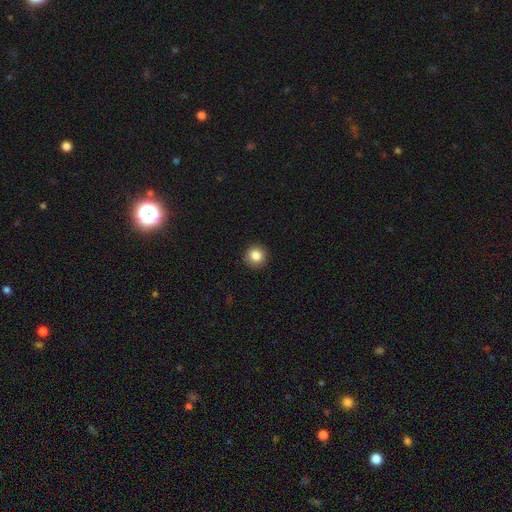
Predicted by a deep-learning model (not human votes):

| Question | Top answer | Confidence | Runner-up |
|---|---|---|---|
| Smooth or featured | smooth | 85% | star or artifact (10%) |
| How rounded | round | 93% | in between (6%) |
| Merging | none | 92% | minor disturbance (5%) |